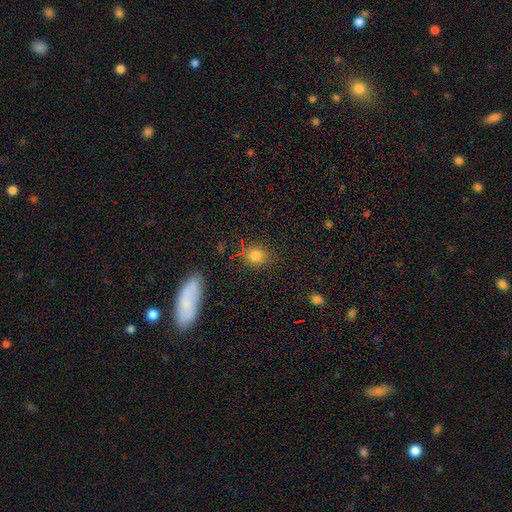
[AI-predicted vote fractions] smooth 81%, star or artifact 14%, featured or disk 5%. Down the decision tree: how rounded — round (81%); merging — none (84%).